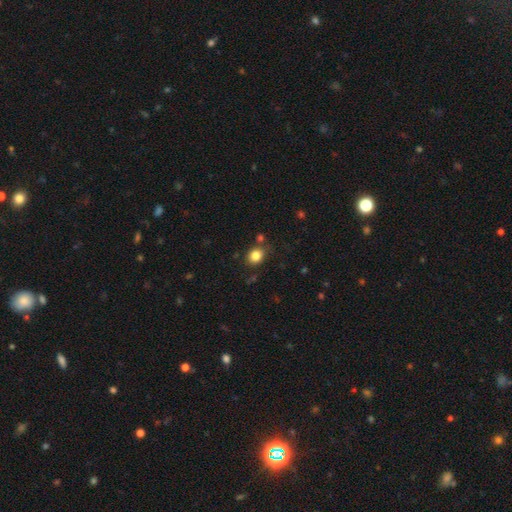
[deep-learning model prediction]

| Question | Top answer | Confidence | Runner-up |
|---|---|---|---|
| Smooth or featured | smooth | 83% | star or artifact (11%) |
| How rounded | round | 63% | in between (37%) |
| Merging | none | 78% | minor disturbance (12%) |